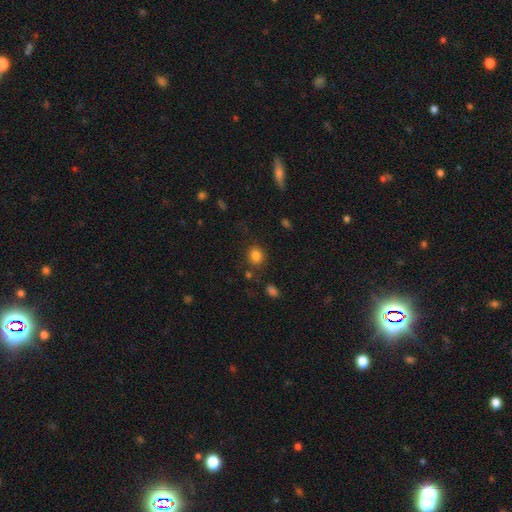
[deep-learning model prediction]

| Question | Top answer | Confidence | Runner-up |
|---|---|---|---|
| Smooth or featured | smooth | 83% | star or artifact (11%) |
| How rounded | round | 70% | in between (29%) |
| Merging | none | 79% | minor disturbance (12%) |